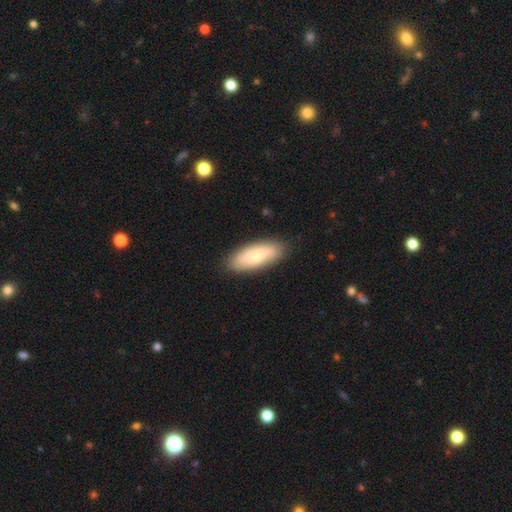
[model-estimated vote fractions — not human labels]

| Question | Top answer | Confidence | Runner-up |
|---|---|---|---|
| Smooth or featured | smooth | 68% | featured or disk (26%) |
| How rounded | in between | 77% | cigar-shaped (21%) |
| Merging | none | 85% | minor disturbance (11%) |